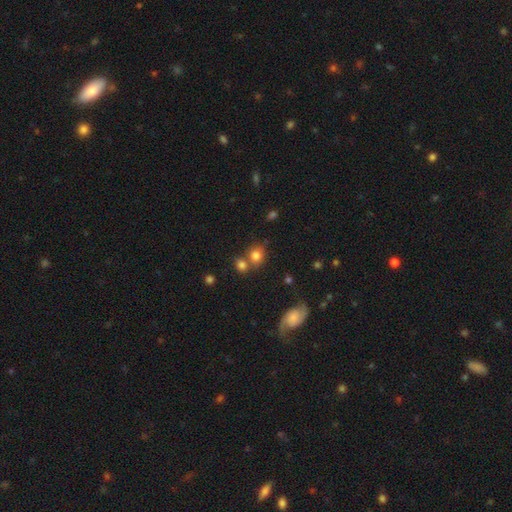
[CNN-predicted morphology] Smooth or featured? Predicted: smooth (p=0.78). How rounded? Predicted: round (p=0.67). Merging? Predicted: none (p=0.55).